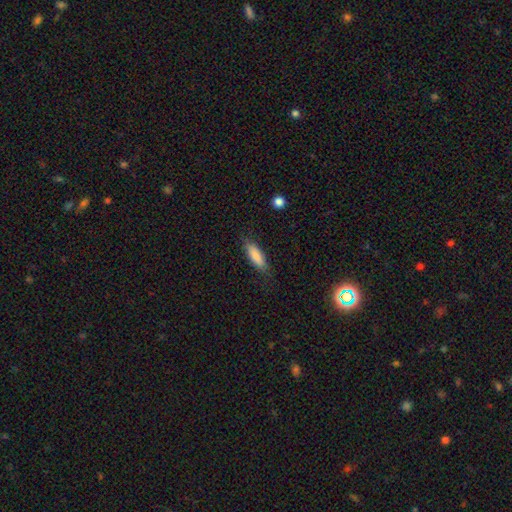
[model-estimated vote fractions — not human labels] Smooth or featured? smooth (84%)
How rounded? in between (57%)
Merging? none (80%)